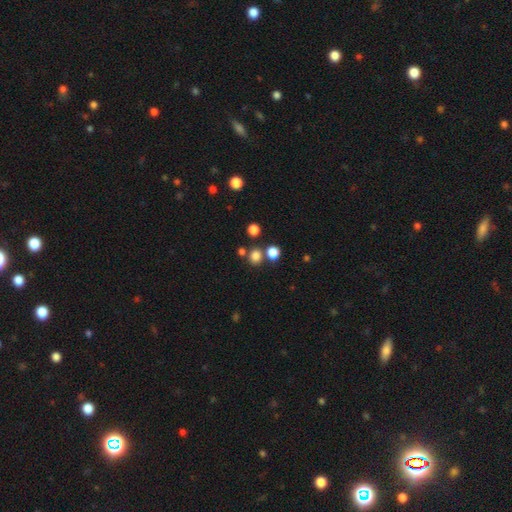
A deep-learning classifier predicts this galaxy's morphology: Smooth or featured? Predicted: smooth (p=0.79). How rounded? Predicted: round (p=0.79). Merging? Predicted: none (p=0.72).